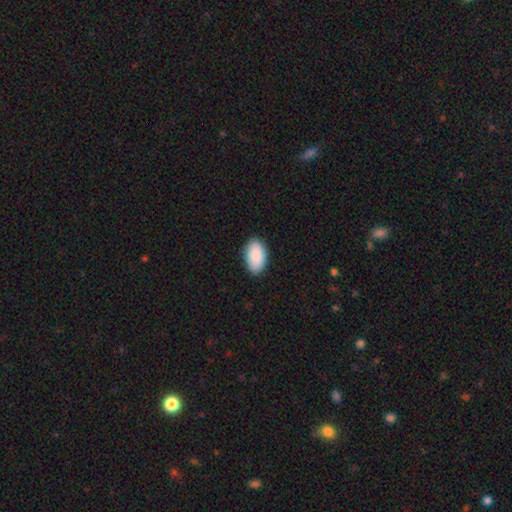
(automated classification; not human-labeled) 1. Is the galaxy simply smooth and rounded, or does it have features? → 90% smooth, 6% star or artifact, 4% featured or disk.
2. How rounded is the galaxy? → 95% in between, 4% round, 1% cigar-shaped.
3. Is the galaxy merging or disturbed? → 88% none, 9% minor disturbance, 2% major disturbance, 1% merger.